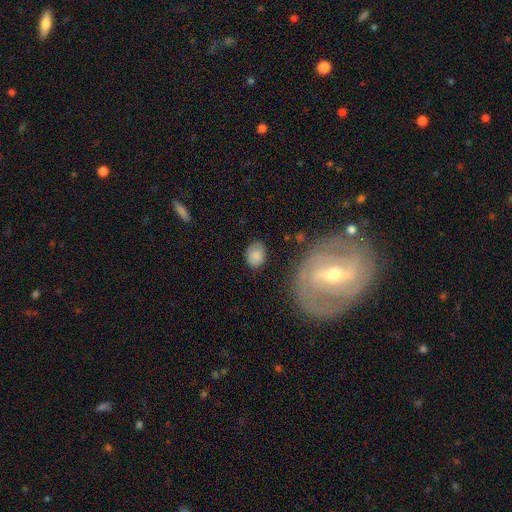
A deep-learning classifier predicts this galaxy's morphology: type=smooth (83%); roundness=in between (60%); merging=none (78%).